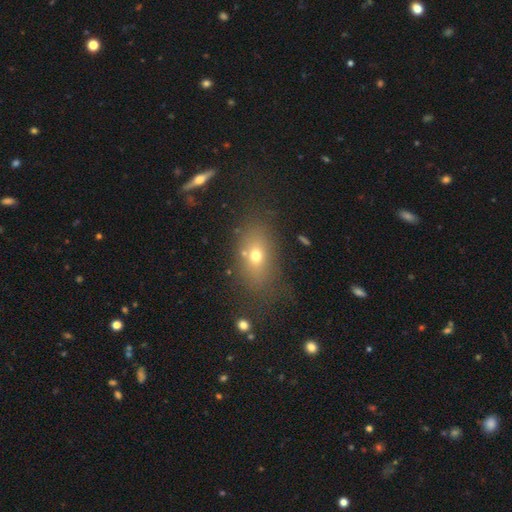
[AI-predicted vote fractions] Smooth or featured? smooth (65%)
How rounded? in between (73%)
Merging? none (70%)